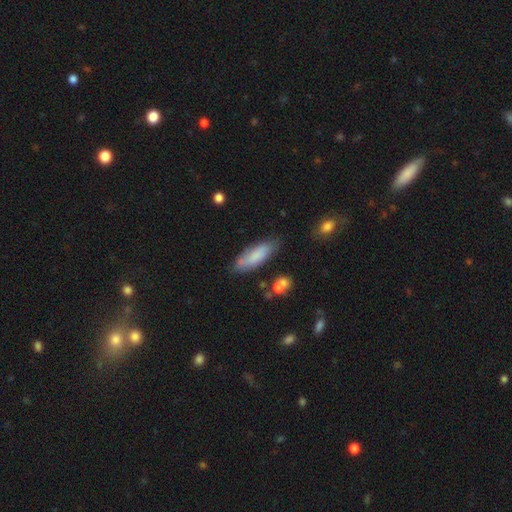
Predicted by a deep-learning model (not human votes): smooth-or-featured: smooth: 76% | featured or disk: 18% | star or artifact: 7%
  how-rounded: in between: 60% | cigar-shaped: 38% | round: 2%
  merging: none: 73% | minor disturbance: 19% | major disturbance: 4% | merger: 3%